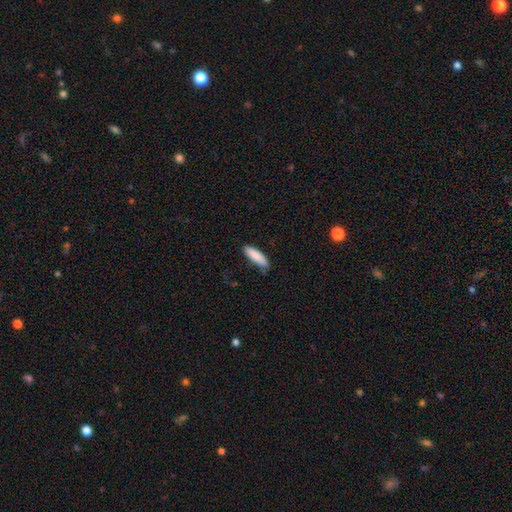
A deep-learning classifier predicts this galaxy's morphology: smooth_or_featured: smooth (p=0.87) [alt: featured or disk p=0.07]
how_rounded: cigar-shaped (p=0.59) [alt: in between p=0.39]
merging: none (p=0.76) [alt: minor disturbance p=0.19]